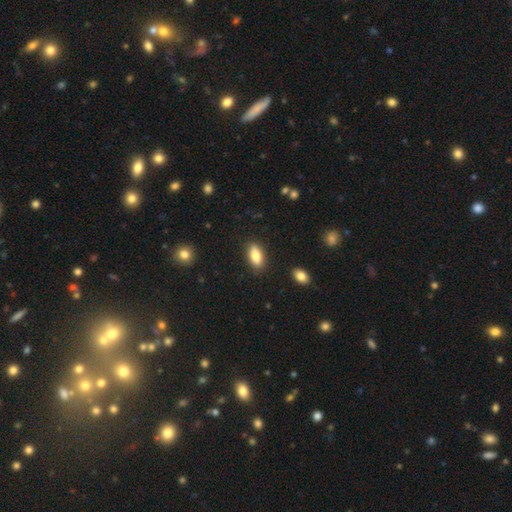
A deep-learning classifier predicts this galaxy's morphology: Q: Smooth or featured?
A: smooth (78%); runner-up: featured or disk (15%)
Q: How rounded?
A: in between (80%); runner-up: cigar-shaped (17%)
Q: Merging?
A: none (87%); runner-up: minor disturbance (9%)